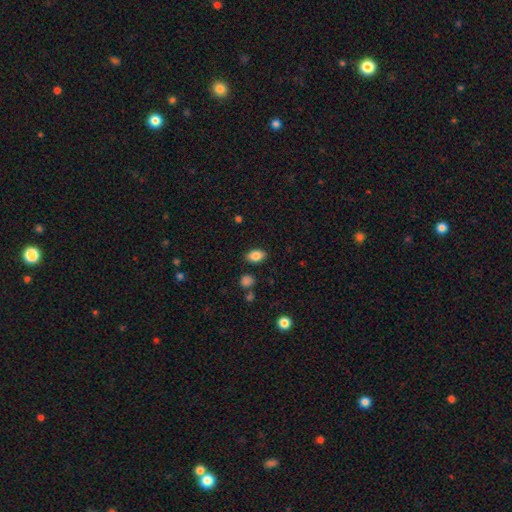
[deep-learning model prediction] A smooth galaxy with no disk features (85%) that is in between round and cigar-shaped (84%).

Vote fractions:
- Smooth or featured? smooth: 85% / star or artifact: 9% / featured or disk: 6%
- How rounded? in between: 84% / round: 14% / cigar-shaped: 1%
- Merging? none: 85% / minor disturbance: 10% / major disturbance: 3% / merger: 2%